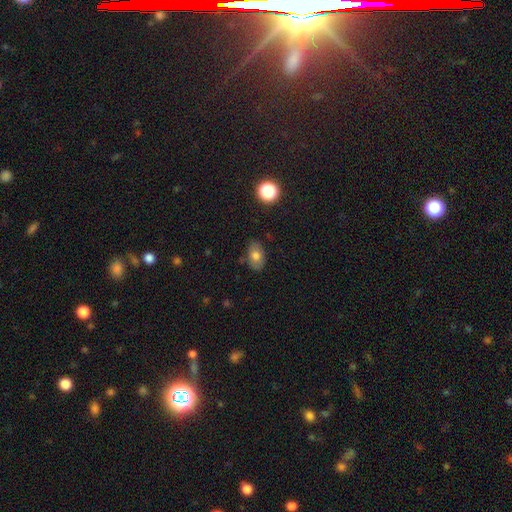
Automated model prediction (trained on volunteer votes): Smooth or featured?
  - smooth: 74% *
  - featured or disk: 16%
  - star or artifact: 10%
How rounded?
  - in between: 87% *
  - round: 11%
  - cigar-shaped: 2%
Merging?
  - none: 81% *
  - minor disturbance: 14%
  - major disturbance: 3%
  - merger: 2%